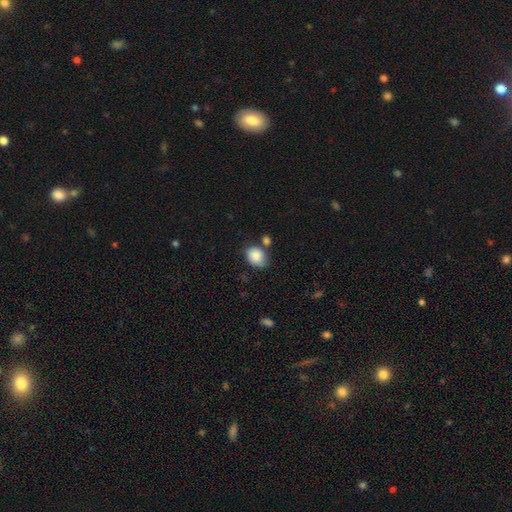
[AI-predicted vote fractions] smooth 87%, star or artifact 8%, featured or disk 5%. Down the decision tree: how rounded — in between (63%); merging — none (60%).